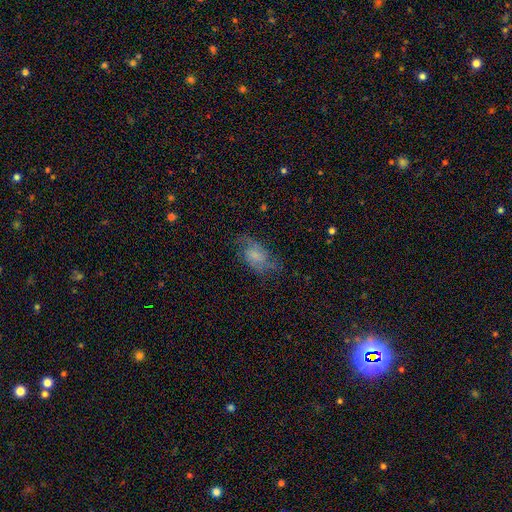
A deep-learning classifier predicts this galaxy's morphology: Q: Smooth or featured?
A: featured or disk (53%); runner-up: smooth (37%)
Q: Edge-on disk?
A: no (95%); runner-up: yes (5%)
Q: Bar?
A: no (53%); runner-up: weak (40%)
Q: Spiral arms?
A: yes (85%); runner-up: no (15%)
Q: Bulge size?
A: small (38%); runner-up: none (28%)
Q: Merging?
A: none (60%); runner-up: minor disturbance (23%)